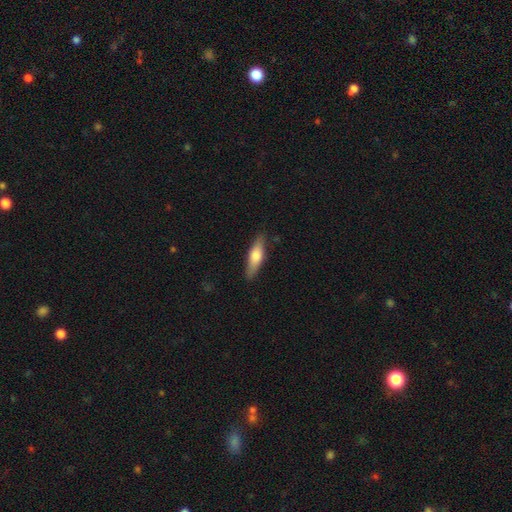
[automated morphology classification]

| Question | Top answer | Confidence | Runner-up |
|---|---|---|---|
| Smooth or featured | smooth | 61% | featured or disk (33%) |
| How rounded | cigar-shaped | 59% | in between (39%) |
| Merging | none | 85% | minor disturbance (12%) |